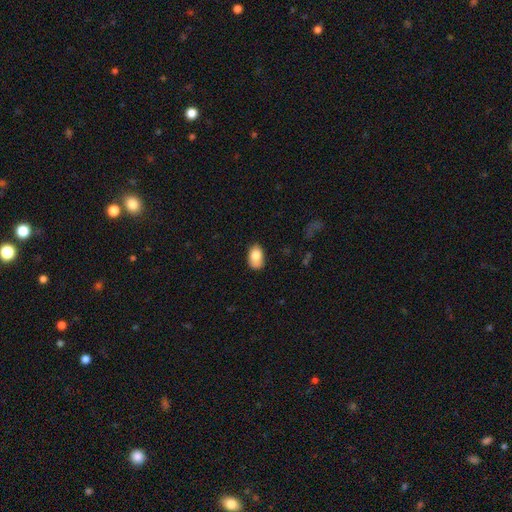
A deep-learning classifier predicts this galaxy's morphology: smooth_or_featured: smooth (p=0.81) [alt: featured or disk p=0.11]
how_rounded: in between (p=0.90) [alt: round p=0.09]
merging: none (p=0.65) [alt: minor disturbance p=0.27]